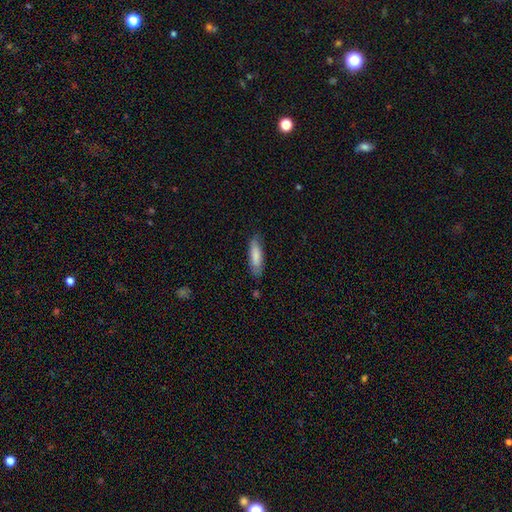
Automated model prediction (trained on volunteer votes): This appears to be a smooth galaxy with no disk features (81%) that is cigar-shaped (59%). Merging: none (78%).